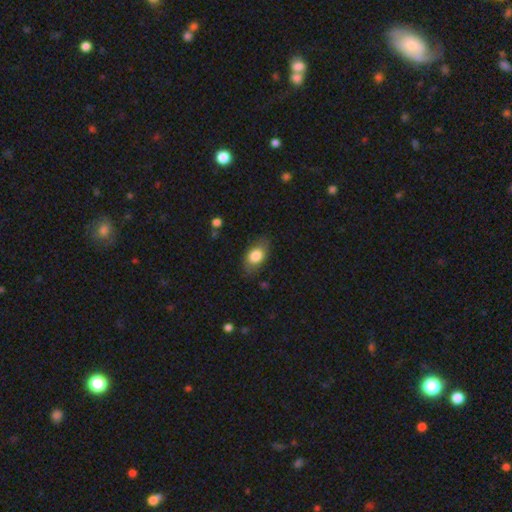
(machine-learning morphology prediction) This appears to be a smooth galaxy with no disk features (79%) that is in between round and cigar-shaped (87%). Merging: none (76%).